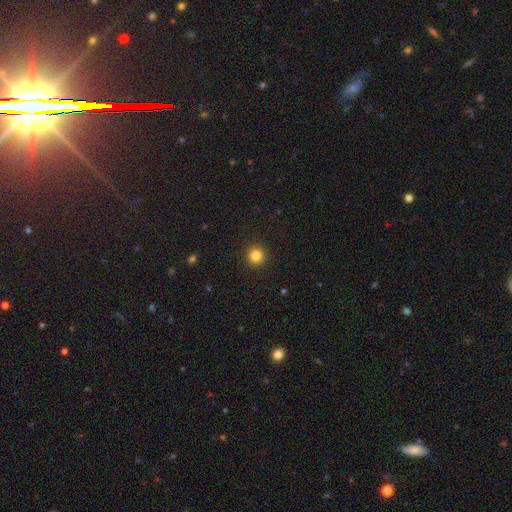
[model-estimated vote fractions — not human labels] smooth 83%, star or artifact 12%, featured or disk 5%. Down the decision tree: how rounded — round (95%); merging — none (93%).